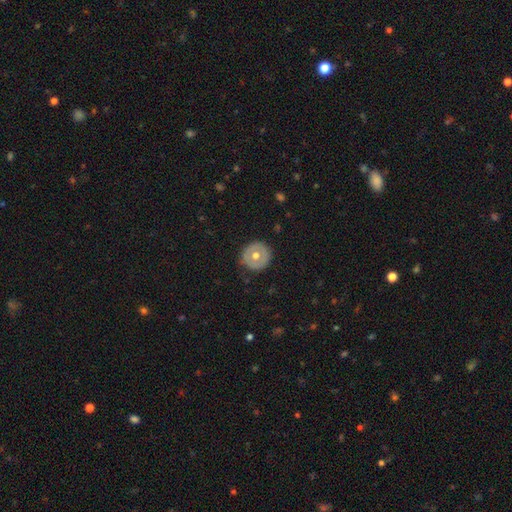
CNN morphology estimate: Overall: smooth (51%; featured or disk 43%). How rounded: round (95%). Merging: none (89%).